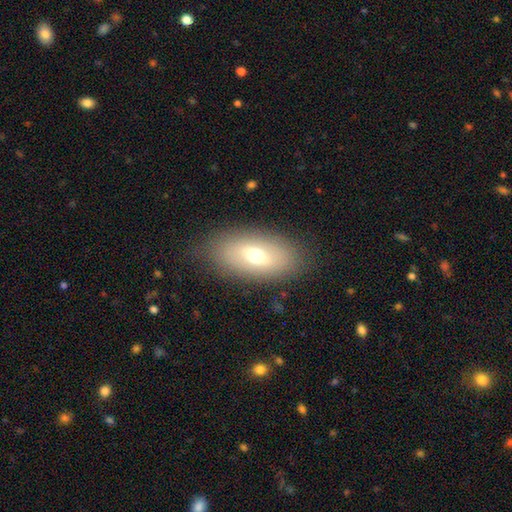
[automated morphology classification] Overall: smooth (61%; featured or disk 29%). How rounded: in between (89%). Merging: none (82%).